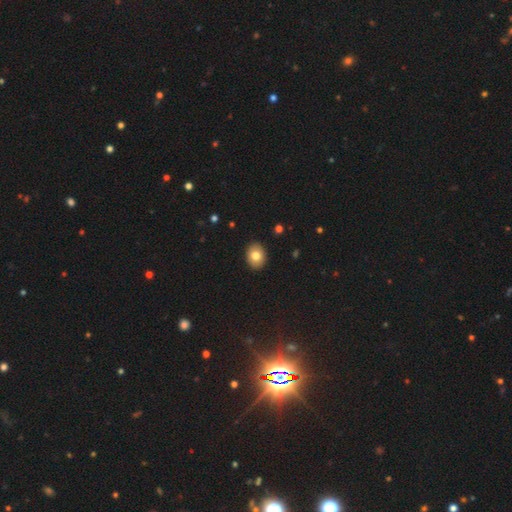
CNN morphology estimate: Overall: smooth (80%). How rounded: in between (58%; round 41%). Merging: none (91%).